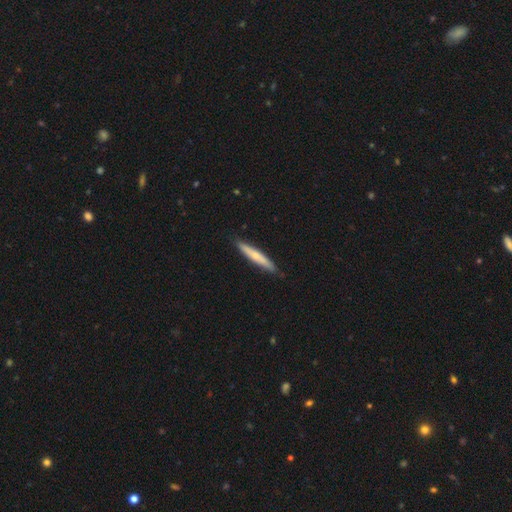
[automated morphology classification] Smooth or featured? Predicted: smooth (p=0.60). How rounded? Predicted: cigar-shaped (p=0.93). Merging? Predicted: none (p=0.87).